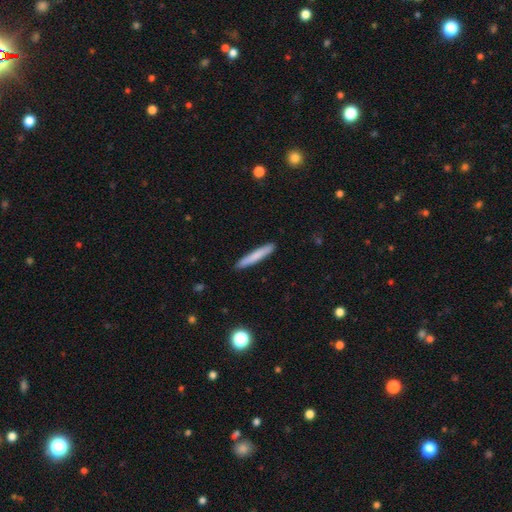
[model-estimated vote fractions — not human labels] smooth-or-featured: smooth: 74% | featured or disk: 20% | star or artifact: 6%
  how-rounded: cigar-shaped: 95% | in between: 4% | round: 1%
  merging: none: 91% | minor disturbance: 7% | major disturbance: 1% | merger: 1%